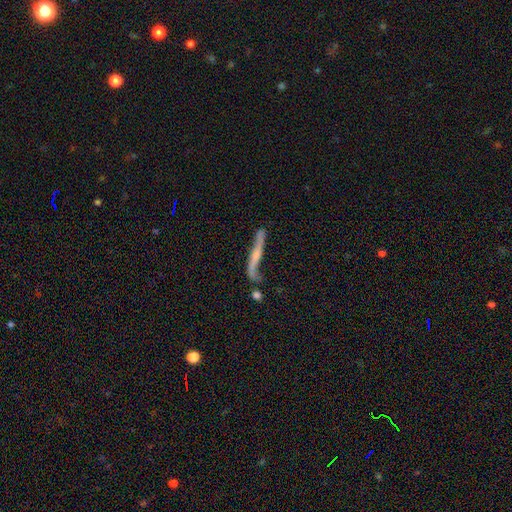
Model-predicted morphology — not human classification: This appears to be a featured or disk galaxy (67%) viewed edge-on (68%). Merging: none (50%).